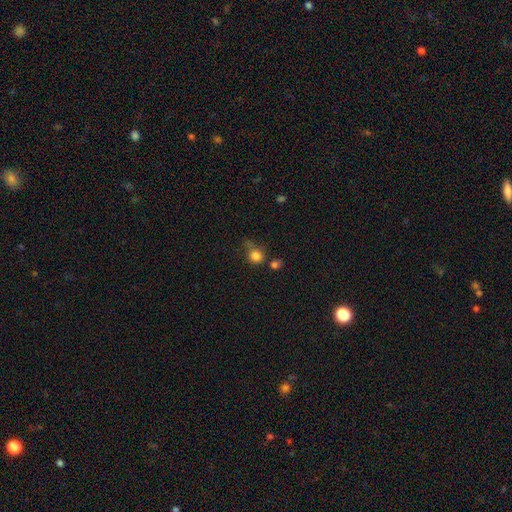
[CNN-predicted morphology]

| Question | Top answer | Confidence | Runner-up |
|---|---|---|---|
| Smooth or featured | smooth | 81% | star or artifact (13%) |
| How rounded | round | 83% | in between (16%) |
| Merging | none | 55% | minor disturbance (20%) |